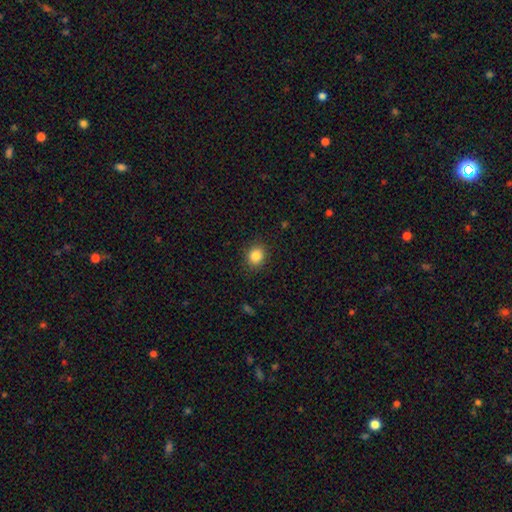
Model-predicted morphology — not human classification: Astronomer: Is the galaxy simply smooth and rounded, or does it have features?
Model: smooth — 85%.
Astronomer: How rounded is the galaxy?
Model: round — 74%.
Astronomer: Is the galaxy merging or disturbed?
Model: none — 89%.